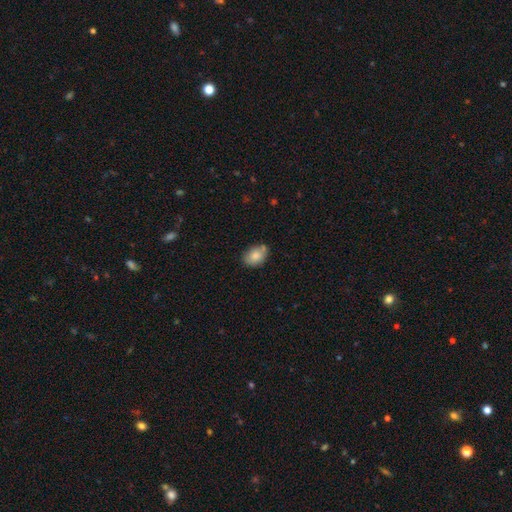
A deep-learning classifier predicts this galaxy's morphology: A smooth galaxy with no disk features (83%) that is in between round and cigar-shaped (74%).

Vote fractions:
- Smooth or featured? smooth: 83% / featured or disk: 9% / star or artifact: 8%
- How rounded? in between: 74% / round: 25% / cigar-shaped: 1%
- Merging? none: 65% / minor disturbance: 22% / merger: 10% / major disturbance: 4%